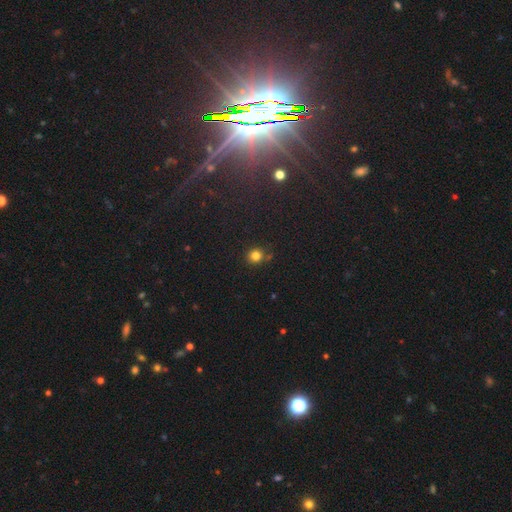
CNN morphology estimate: Overall: smooth (80%). How rounded: round (92%). Merging: none (80%).